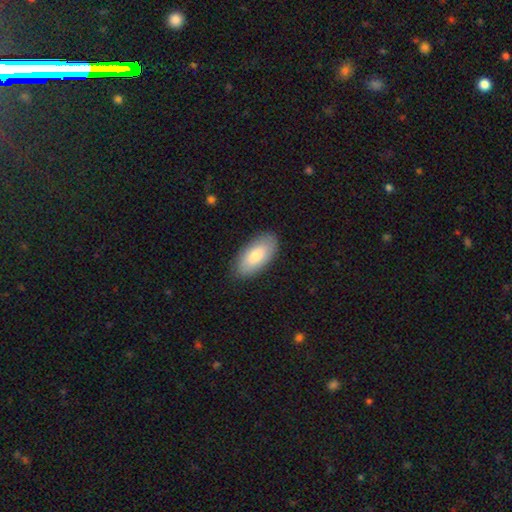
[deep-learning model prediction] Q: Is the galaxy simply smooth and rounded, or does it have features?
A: smooth — 78%.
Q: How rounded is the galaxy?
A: in between — 92%.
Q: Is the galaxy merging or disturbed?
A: none — 87%.